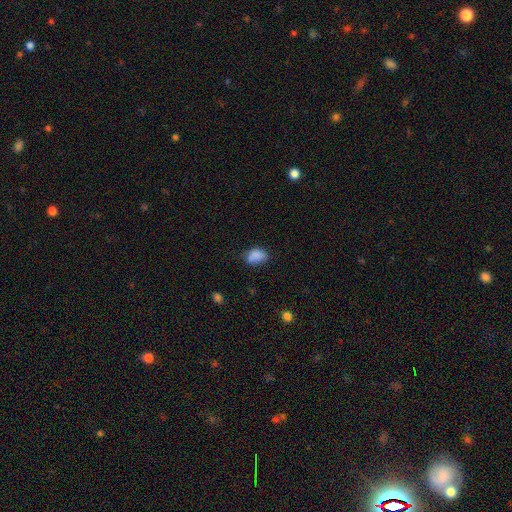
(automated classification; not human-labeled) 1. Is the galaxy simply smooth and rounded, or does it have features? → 81% smooth, 10% star or artifact, 9% featured or disk.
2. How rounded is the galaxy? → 80% in between, 18% round, 1% cigar-shaped.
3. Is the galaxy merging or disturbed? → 55% none, 27% minor disturbance, 10% merger, 8% major disturbance.